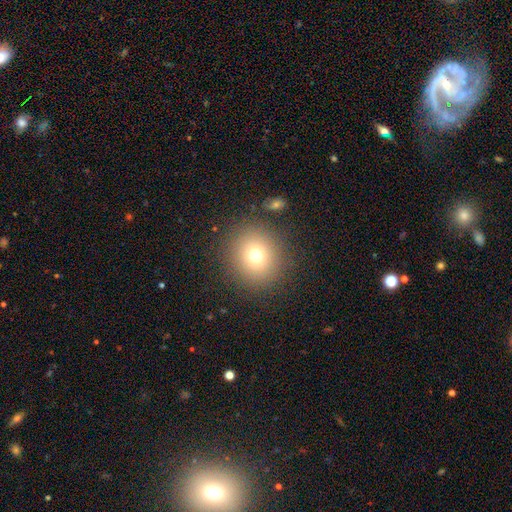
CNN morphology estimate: Smooth or featured: smooth — 72% (star or artifact — 16%)
How rounded: round — 90% (in between — 9%)
Merging: none — 87% (minor disturbance — 7%)